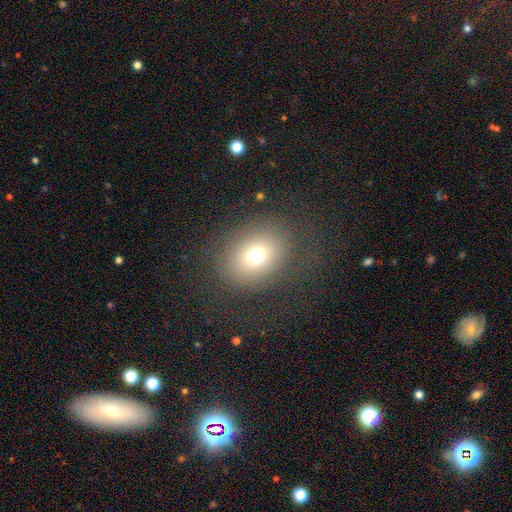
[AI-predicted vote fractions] A smooth galaxy with no disk features (71%) that is round (52%). Merging: none (72%).